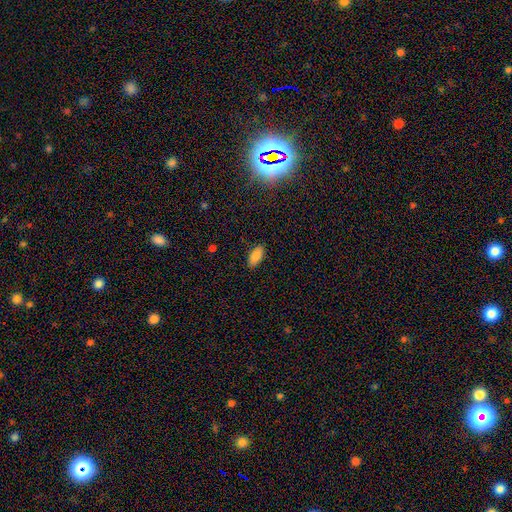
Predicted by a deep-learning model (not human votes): Smooth or featured? smooth (84%)
How rounded? in between (89%)
Merging? none (87%)